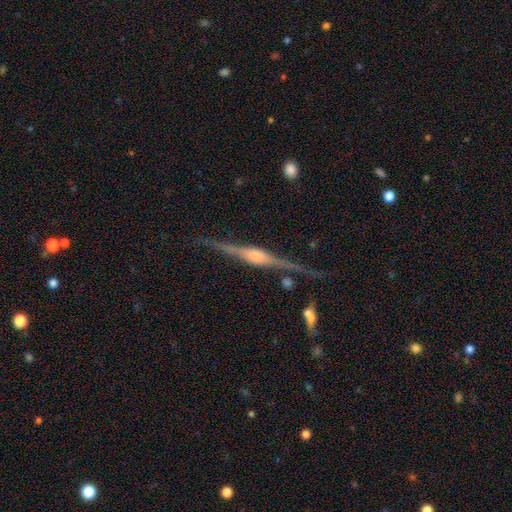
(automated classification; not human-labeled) Morphology: type=featured or disk (87%); edge-on=yes (98%); edge-on bulge=rounded (80%); merging=none (85%).